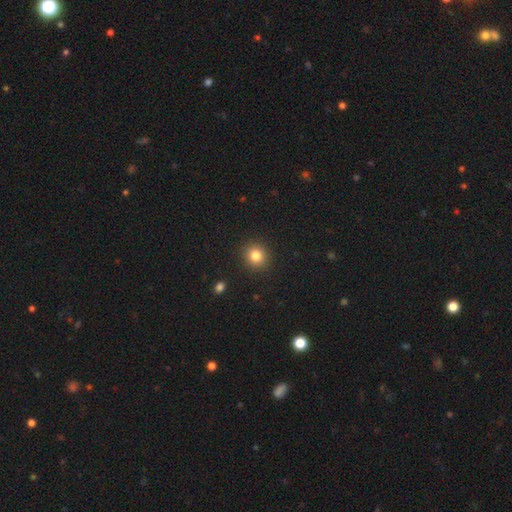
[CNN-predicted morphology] Smooth or featured: smooth — 82% (star or artifact — 11%)
How rounded: round — 88% (in between — 11%)
Merging: none — 91% (minor disturbance — 5%)